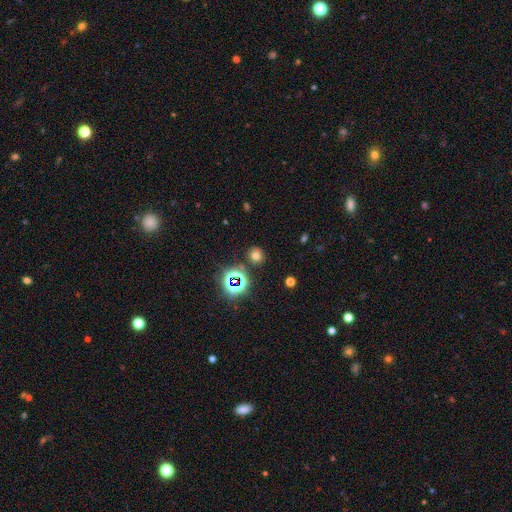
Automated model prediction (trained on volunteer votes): smooth-or-featured: smooth: 63% | star or artifact: 30% | featured or disk: 7%
  how-rounded: round: 84% | in between: 15% | cigar-shaped: 1%
  merging: none: 84% | minor disturbance: 8% | merger: 4% | major disturbance: 3%